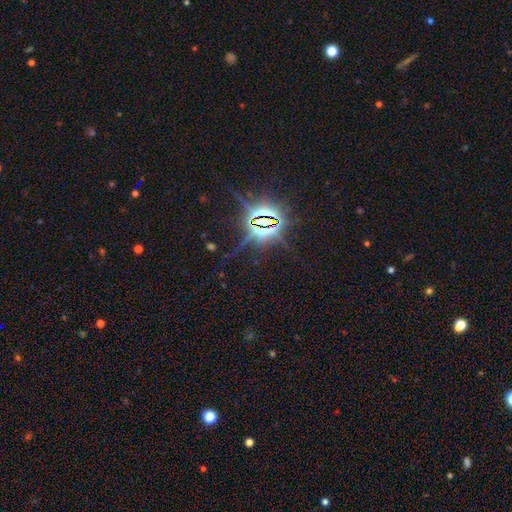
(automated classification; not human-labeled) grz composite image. It shows a star or artifact, not a galaxy (85%).